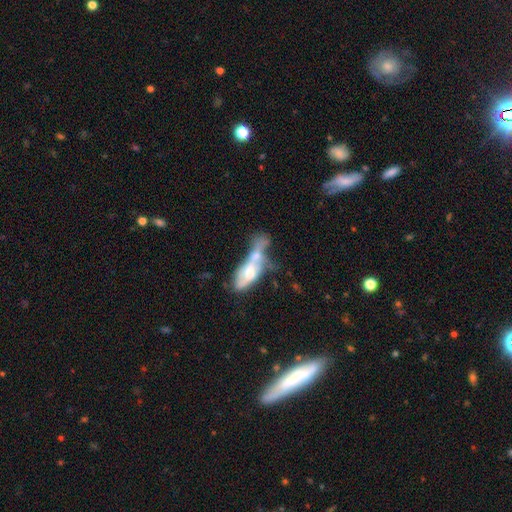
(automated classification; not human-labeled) Smooth or featured? Predicted: featured or disk (p=0.51). Edge-on disk? Predicted: no (p=0.78). Merging? Predicted: merger (p=0.53).